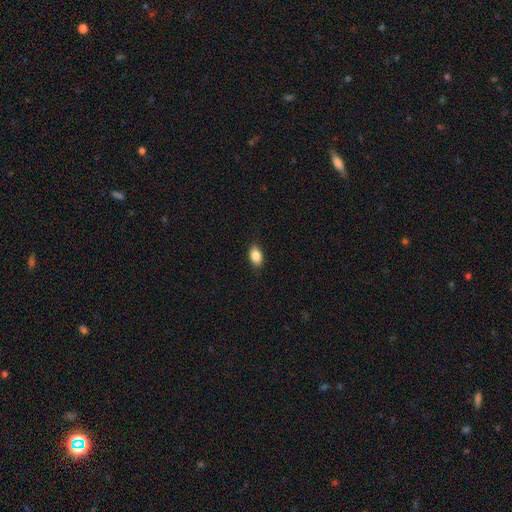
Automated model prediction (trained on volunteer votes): Smooth or featured?
  - smooth: 87% *
  - star or artifact: 8%
  - featured or disk: 5%
How rounded?
  - in between: 90% *
  - round: 8%
  - cigar-shaped: 2%
Merging?
  - none: 88% *
  - minor disturbance: 9%
  - major disturbance: 2%
  - merger: 1%